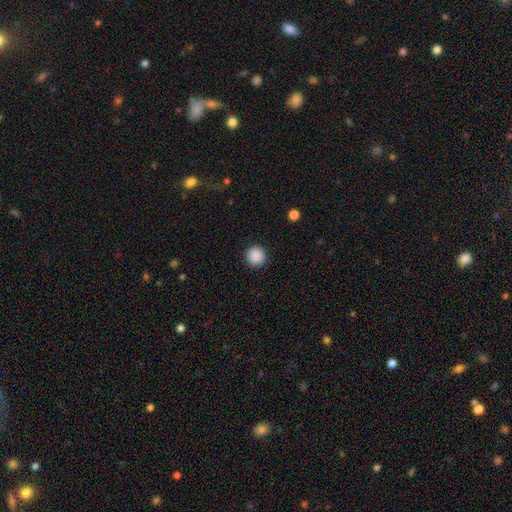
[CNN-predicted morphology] This is clearly a smooth galaxy (89%). How rounded: clearly round (96%). Merging: clearly none (93%).